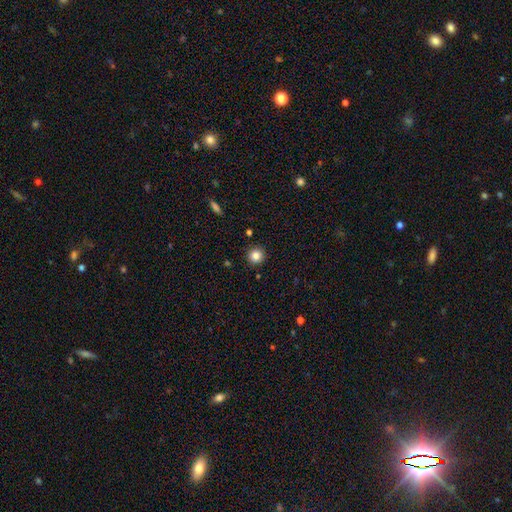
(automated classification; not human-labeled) smooth-or-featured: smooth: 84% | star or artifact: 11% | featured or disk: 6%
  how-rounded: round: 94% | in between: 5% | cigar-shaped: 1%
  merging: none: 91% | minor disturbance: 6% | merger: 2% | major disturbance: 2%